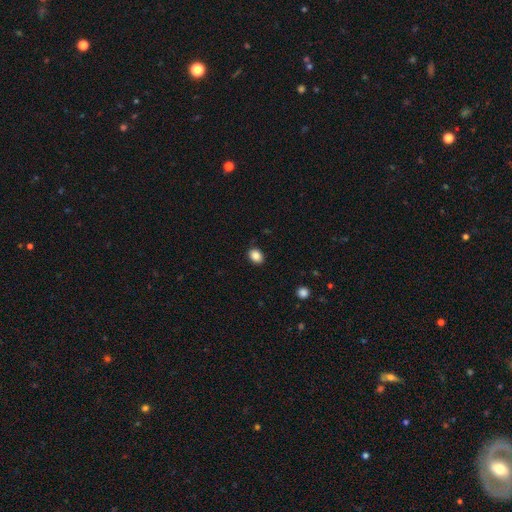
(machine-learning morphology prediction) type=smooth (86%); roundness=in between (60%); merging=none (89%).